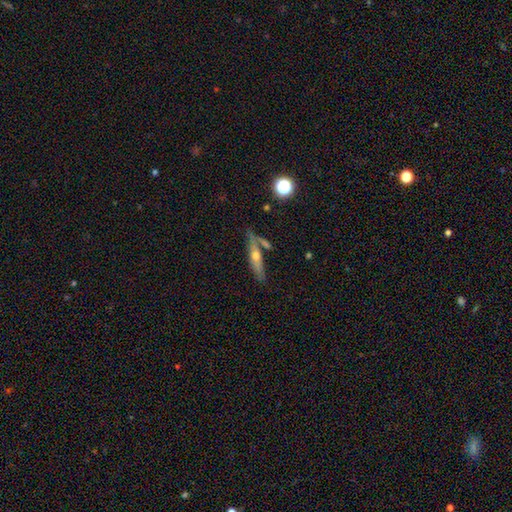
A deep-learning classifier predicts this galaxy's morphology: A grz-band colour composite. It shows a featured or disk galaxy (54%) viewed edge-on (84%). Merging: none (69%).